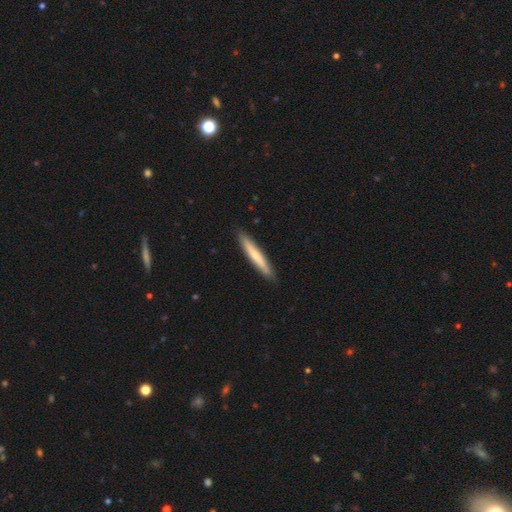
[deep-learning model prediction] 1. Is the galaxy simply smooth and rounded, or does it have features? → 62% smooth, 33% featured or disk, 5% star or artifact.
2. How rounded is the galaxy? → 94% cigar-shaped, 5% in between, 1% round.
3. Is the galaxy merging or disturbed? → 89% none, 9% minor disturbance, 1% major disturbance, 1% merger.